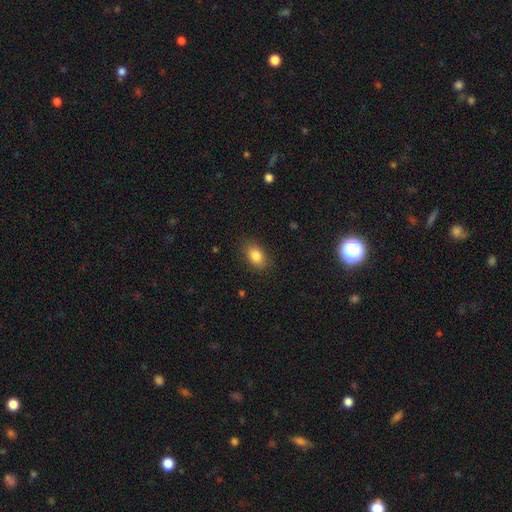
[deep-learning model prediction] Smooth or featured: smooth — 85% (star or artifact — 9%)
How rounded: in between — 84% (round — 14%)
Merging: none — 84% (minor disturbance — 12%)